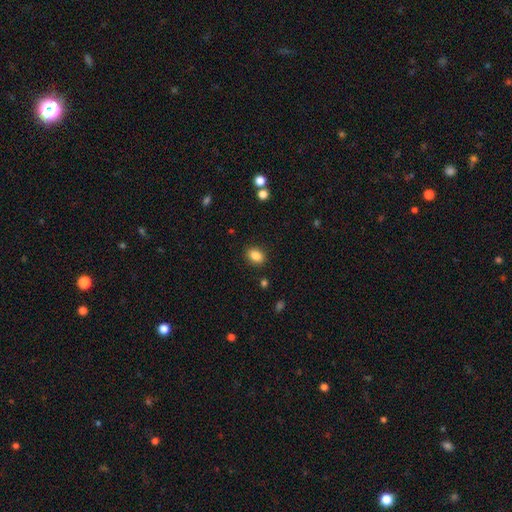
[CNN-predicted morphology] Smooth or featured? Predicted: smooth (p=0.86). How rounded? Predicted: in between (p=0.75). Merging? Predicted: none (p=0.88).